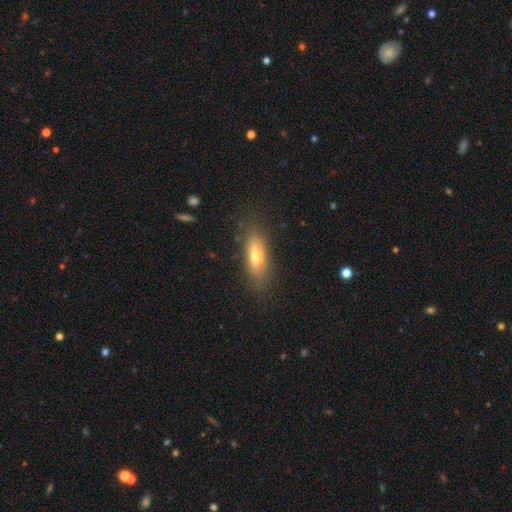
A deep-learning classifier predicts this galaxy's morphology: Overall: smooth (66%; featured or disk 26%). How rounded: in between (54%; cigar-shaped 43%). Merging: none (81%).